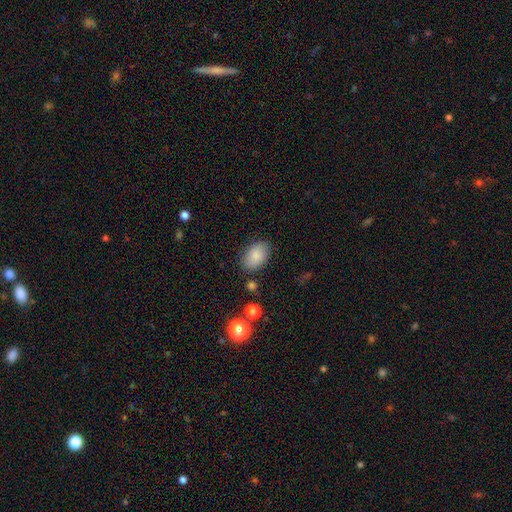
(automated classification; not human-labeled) Q: Smooth or featured?
A: smooth (84%); runner-up: star or artifact (8%)
Q: How rounded?
A: in between (89%); runner-up: round (10%)
Q: Merging?
A: none (82%); runner-up: minor disturbance (12%)